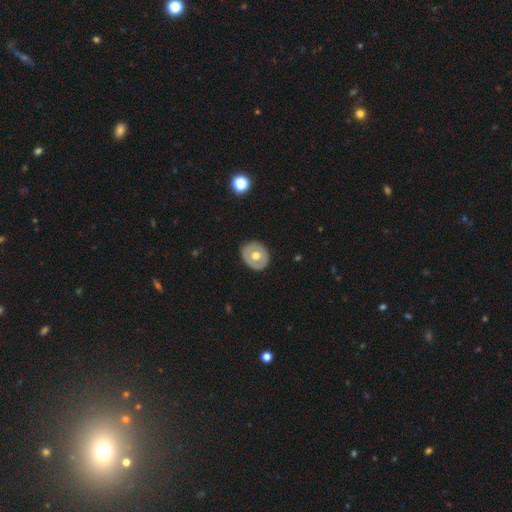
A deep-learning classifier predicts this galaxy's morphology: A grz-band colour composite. It shows a smooth galaxy with no disk features (49%). Merging: none (86%).